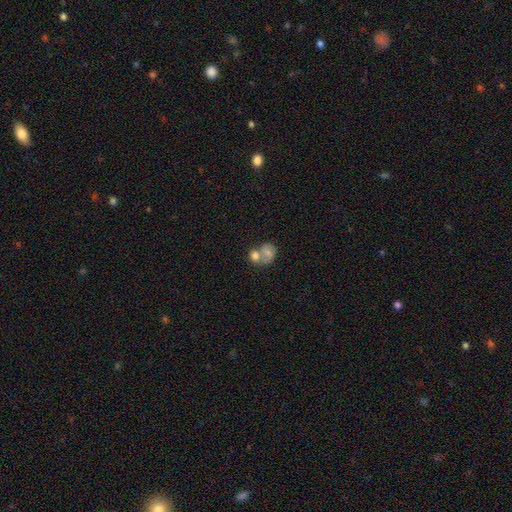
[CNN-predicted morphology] This appears to be a smooth galaxy with no disk features (70%) that is round (61%). Merging: merger (61%).